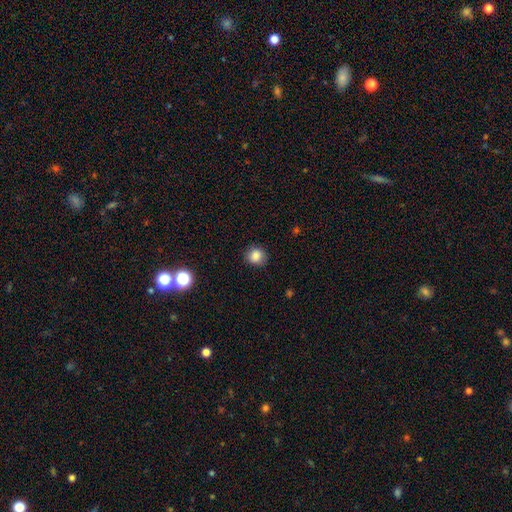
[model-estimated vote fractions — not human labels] The model was most divided on "how rounded": round: 84%, in between: 15%, cigar-shaped: 1%. More confident: merging — none (86%); smooth or featured — smooth (84%).